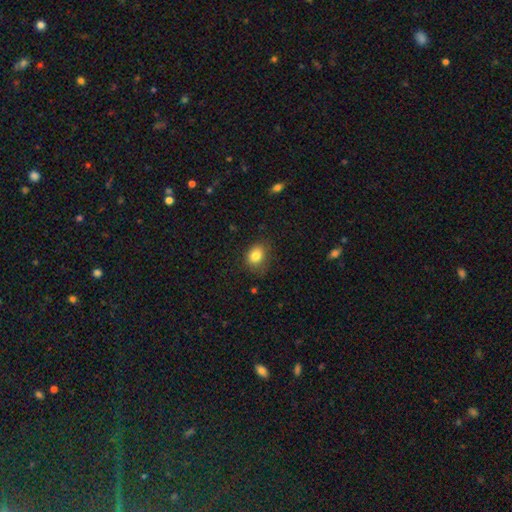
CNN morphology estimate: The model was most divided on "how rounded": in between: 53%, round: 46%, cigar-shaped: 1%. More confident: smooth or featured — smooth (83%); merging — none (73%).